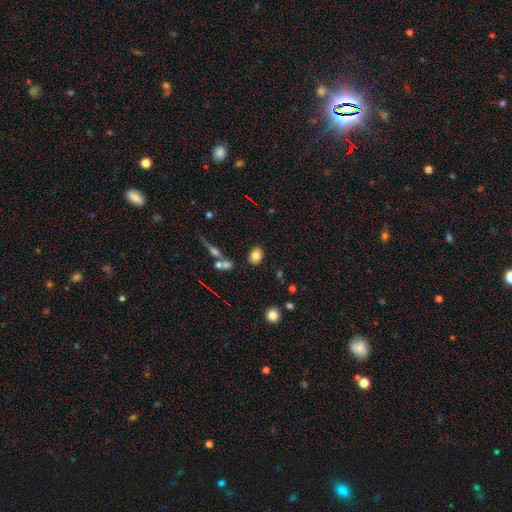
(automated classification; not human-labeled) This is likely a smooth galaxy (79%). How rounded: likely in between (67%). Merging: clearly none (82%).